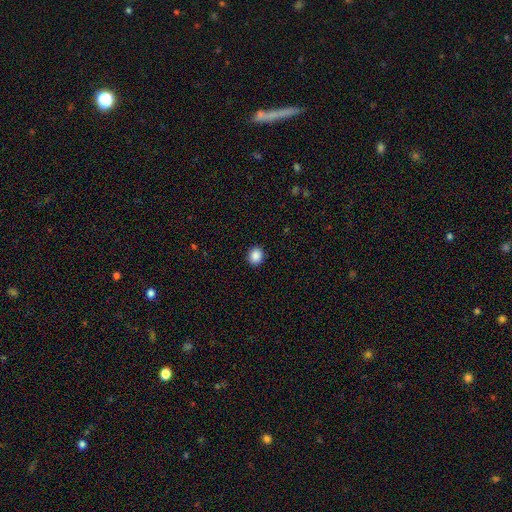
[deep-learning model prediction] The model was most divided on "how rounded": round: 78%, in between: 21%, cigar-shaped: 1%. More confident: merging — none (91%); smooth or featured — smooth (88%).